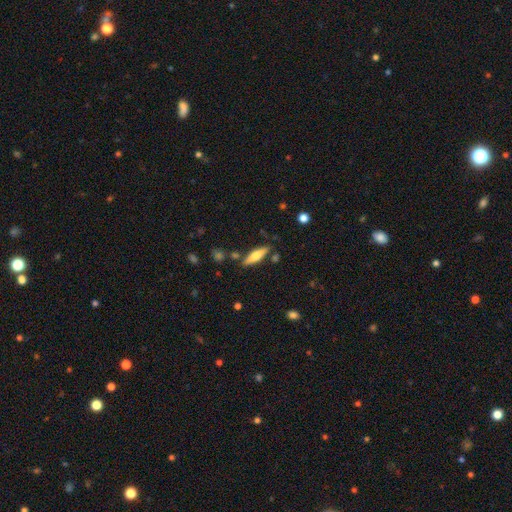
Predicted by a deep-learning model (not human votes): Smooth or featured? smooth (57%)
How rounded? cigar-shaped (64%)
Merging? none (80%)